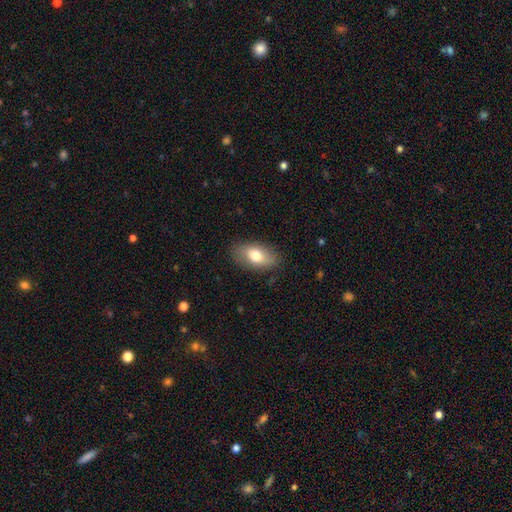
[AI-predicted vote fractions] A smooth galaxy with no disk features (74%) that is in between round and cigar-shaped (91%). Merging: none (84%).